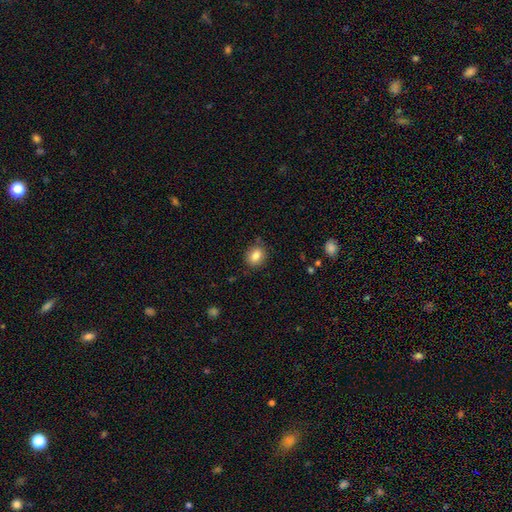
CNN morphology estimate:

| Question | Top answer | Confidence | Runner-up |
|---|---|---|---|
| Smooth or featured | smooth | 83% | star or artifact (10%) |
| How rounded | round | 57% | in between (42%) |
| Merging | none | 83% | minor disturbance (12%) |